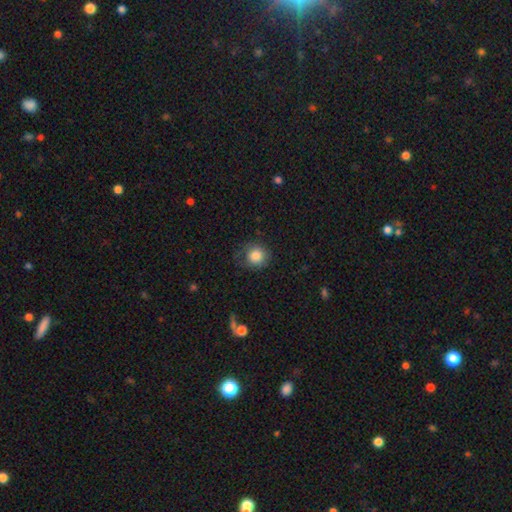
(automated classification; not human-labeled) Smooth or featured? Predicted: smooth (p=0.83). How rounded? Predicted: round (p=0.86). Merging? Predicted: none (p=0.70).